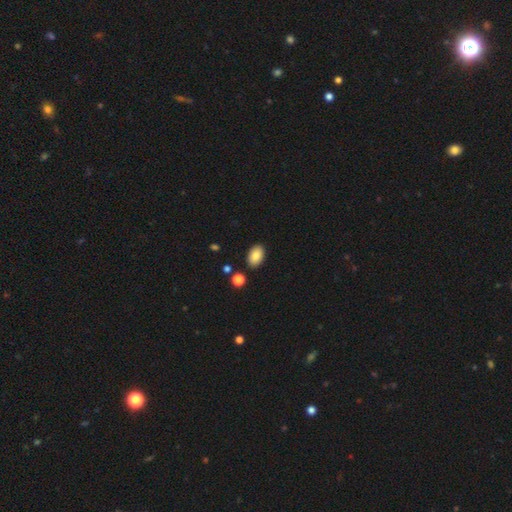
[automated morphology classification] type=smooth (86%); roundness=in between (91%); merging=none (87%).